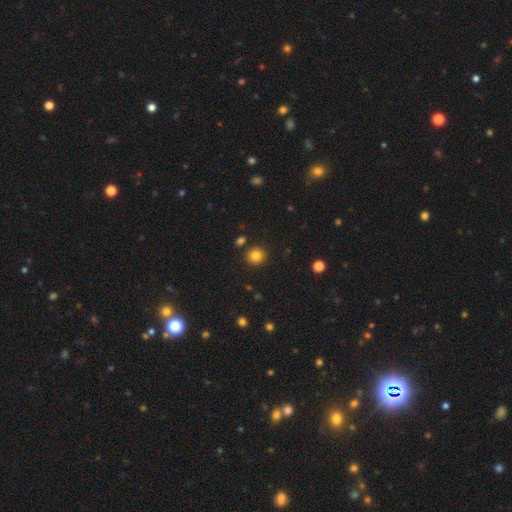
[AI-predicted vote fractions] Q: Smooth or featured?
A: smooth (83%); runner-up: star or artifact (12%)
Q: How rounded?
A: round (89%); runner-up: in between (11%)
Q: Merging?
A: none (88%); runner-up: minor disturbance (7%)